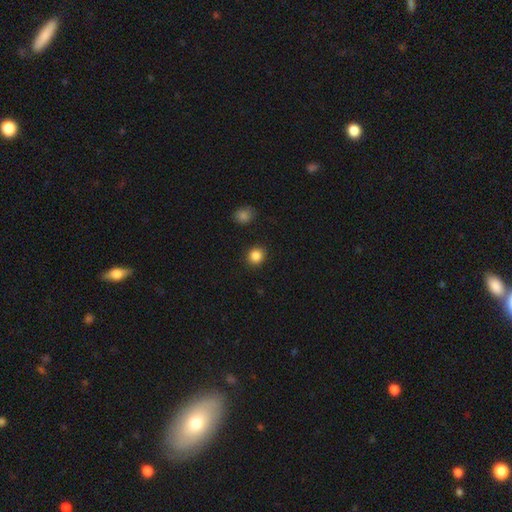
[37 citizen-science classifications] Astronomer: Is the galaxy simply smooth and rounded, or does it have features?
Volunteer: smooth — 89%.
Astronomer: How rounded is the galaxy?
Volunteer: round — 88%.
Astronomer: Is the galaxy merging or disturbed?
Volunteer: none — 89%.